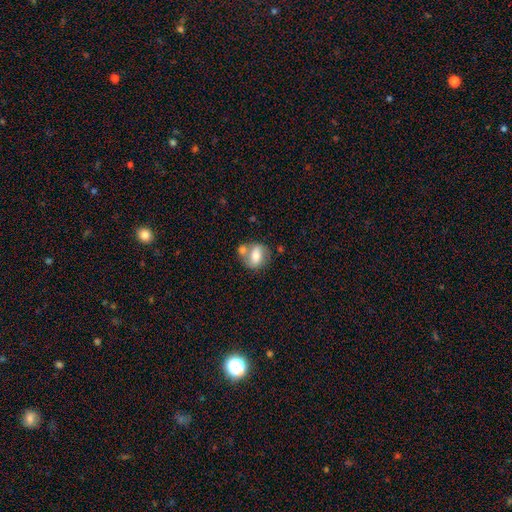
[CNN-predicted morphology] smooth_or_featured: smooth (p=0.51) [alt: featured or disk p=0.41]
how_rounded: in between (p=0.50) [alt: round p=0.48]
merging: none (p=0.46) [alt: merger p=0.32]